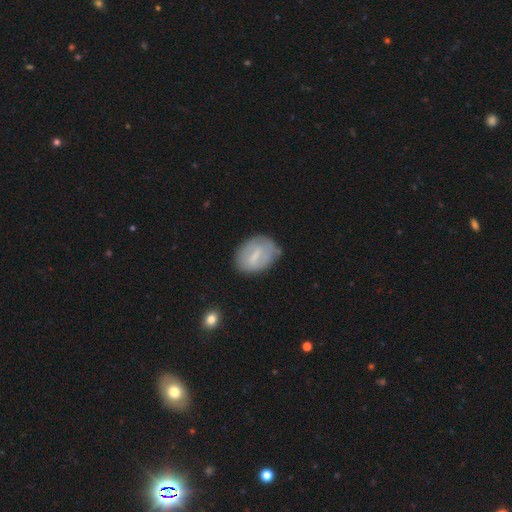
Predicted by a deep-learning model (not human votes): Smooth or featured?
  - smooth: 51% *
  - featured or disk: 42%
  - star or artifact: 7%
How rounded?
  - in between: 77% *
  - round: 20%
  - cigar-shaped: 2%
Merging?
  - none: 65% *
  - minor disturbance: 26%
  - major disturbance: 7%
  - merger: 2%